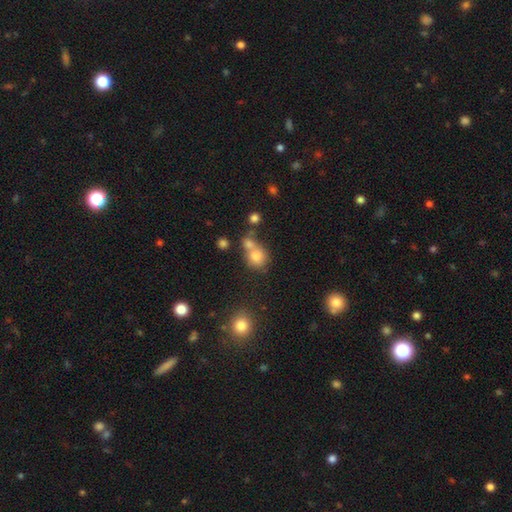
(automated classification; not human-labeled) Smooth or featured? Predicted: smooth (p=0.76). How rounded? Predicted: round (p=0.75). Merging? Predicted: merger (p=0.46).